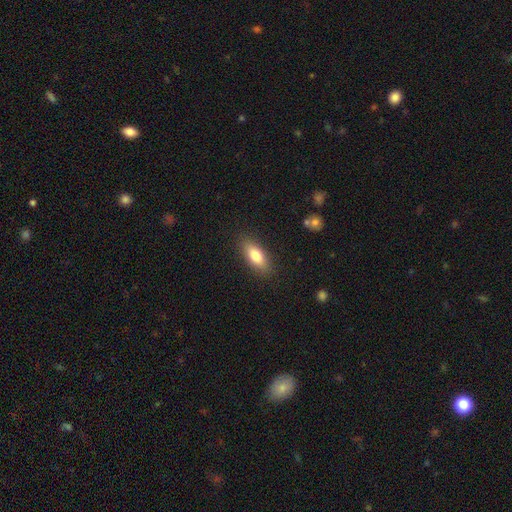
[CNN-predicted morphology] The model was most divided on "how rounded": in between: 76%, cigar-shaped: 21%, round: 3%. More confident: merging — none (87%); smooth or featured — smooth (78%).